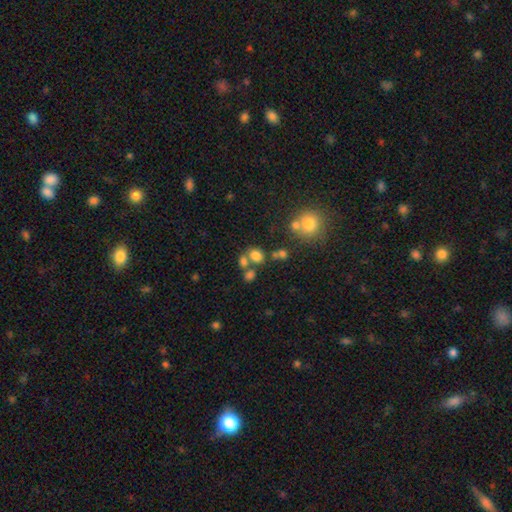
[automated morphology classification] smooth 73%, star or artifact 16%, featured or disk 11%. Down the decision tree: how rounded — round (50%); merging — none (51%).